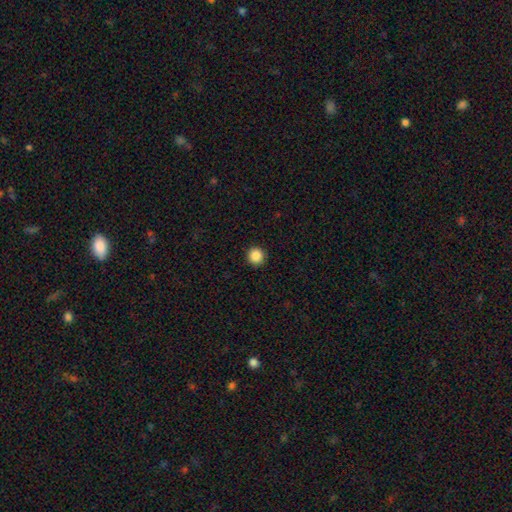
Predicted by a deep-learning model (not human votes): smooth-or-featured: smooth: 87% | star or artifact: 10% | featured or disk: 3%
  how-rounded: round: 95% | in between: 4% | cigar-shaped: 1%
  merging: none: 92% | minor disturbance: 5% | major disturbance: 2% | merger: 1%